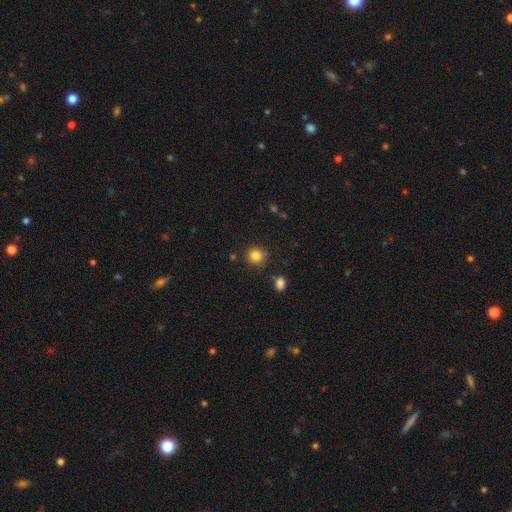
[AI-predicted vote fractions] Smooth or featured?
  - smooth: 85% *
  - star or artifact: 11%
  - featured or disk: 5%
How rounded?
  - round: 91% *
  - in between: 8%
  - cigar-shaped: 1%
Merging?
  - none: 87% *
  - minor disturbance: 8%
  - merger: 3%
  - major disturbance: 3%